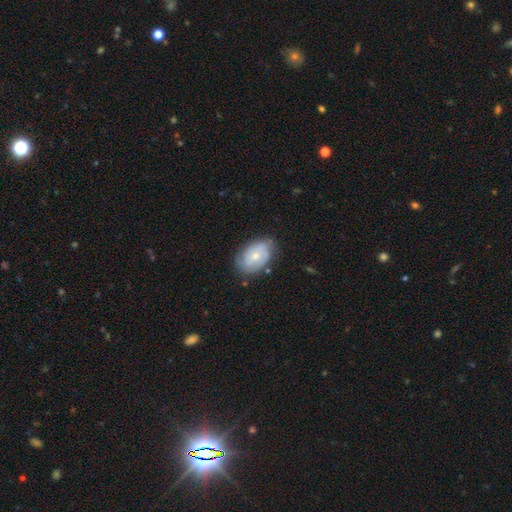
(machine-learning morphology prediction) Overall: featured or disk (51%; smooth 42%). Edge-on disk: no (96%). Merging: none (69%).